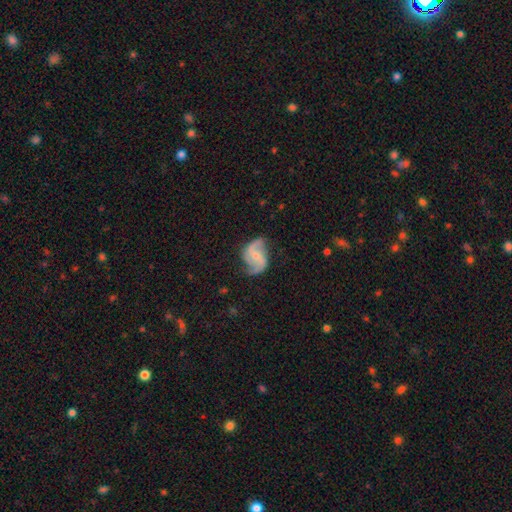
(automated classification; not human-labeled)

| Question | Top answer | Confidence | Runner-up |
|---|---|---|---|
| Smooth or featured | featured or disk | 84% | smooth (11%) |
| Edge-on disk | no | 98% | yes (2%) |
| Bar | no | 46% | weak (41%) |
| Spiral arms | yes | 96% | no (4%) |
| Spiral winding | medium | 45% | loose (42%) |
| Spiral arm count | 2 | 87% | 3 (4%) |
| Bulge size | small | 55% | moderate (38%) |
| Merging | none | 65% | minor disturbance (23%) |